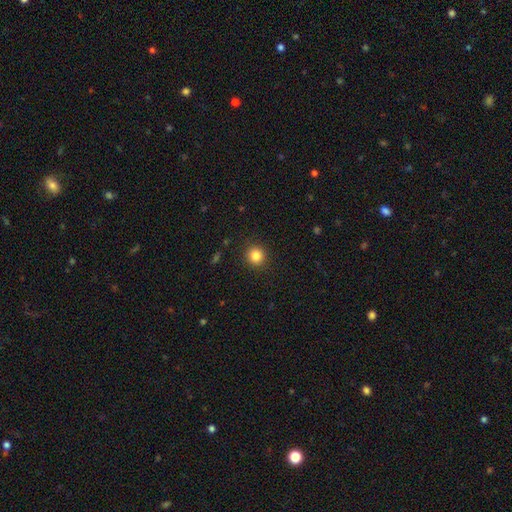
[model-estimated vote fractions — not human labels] Smooth or featured?
  - smooth: 84% *
  - star or artifact: 11%
  - featured or disk: 5%
How rounded?
  - round: 92% *
  - in between: 7%
  - cigar-shaped: 1%
Merging?
  - none: 91% *
  - minor disturbance: 6%
  - major disturbance: 2%
  - merger: 1%